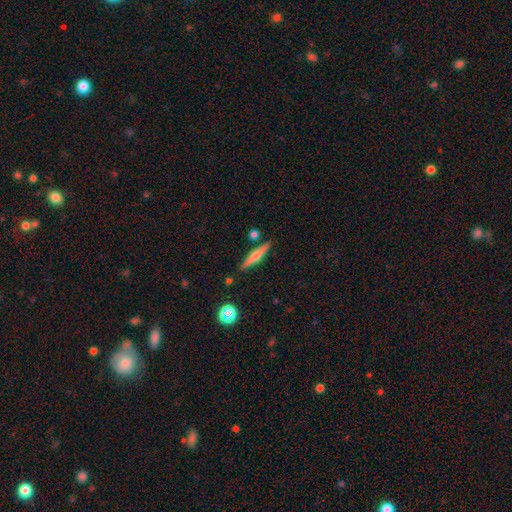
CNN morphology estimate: Smooth or featured: smooth — 50% (featured or disk — 43%)
Merging: none — 85% (minor disturbance — 9%)